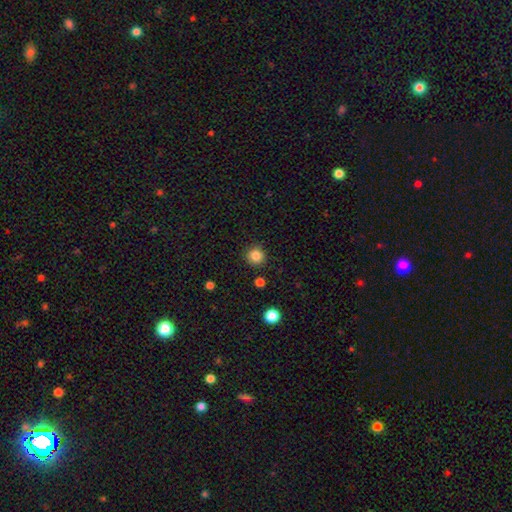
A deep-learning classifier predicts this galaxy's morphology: smooth 84%, star or artifact 11%, featured or disk 4%. Down the decision tree: how rounded — round (94%); merging — none (89%).